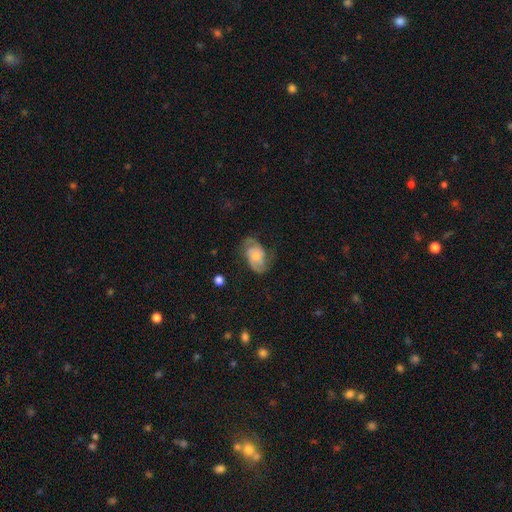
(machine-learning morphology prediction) Overall: featured or disk (67%). Edge-on disk: no (96%). Bar: no (71%). Spiral arms: yes (90%). Spiral arm count: 2 (77%). Spiral winding: medium (45%; tight 31%). Bulge size: small (46%; moderate 41%). Merging: none (58%; minor disturbance 25%).